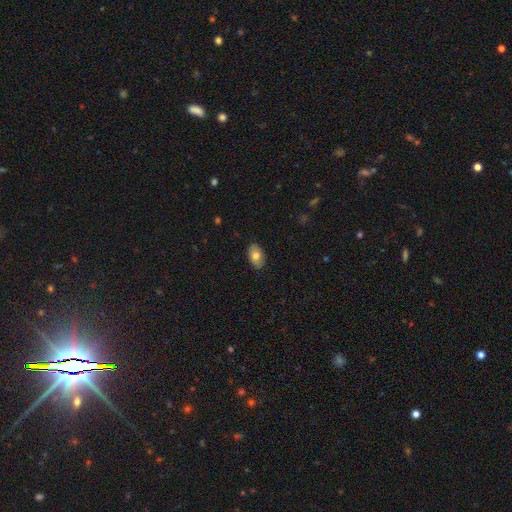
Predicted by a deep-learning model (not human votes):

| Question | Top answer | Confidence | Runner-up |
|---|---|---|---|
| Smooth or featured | smooth | 75% | featured or disk (18%) |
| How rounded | in between | 92% | round (7%) |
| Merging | none | 86% | minor disturbance (11%) |